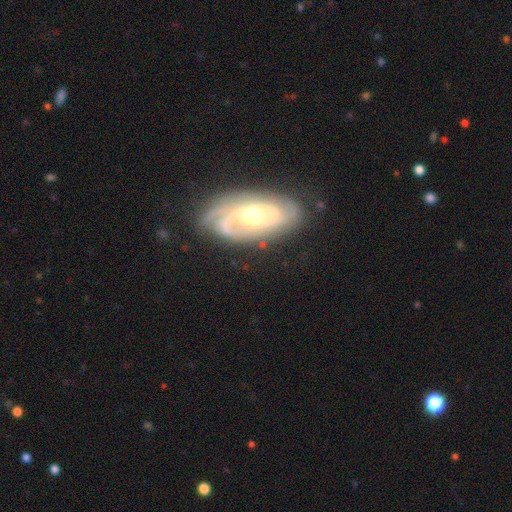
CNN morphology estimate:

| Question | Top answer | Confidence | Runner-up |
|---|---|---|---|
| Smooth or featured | featured or disk | 80% | smooth (13%) |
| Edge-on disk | no | 92% | yes (8%) |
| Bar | no | 59% | weak (29%) |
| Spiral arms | yes | 90% | no (10%) |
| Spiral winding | tight | 66% | medium (26%) |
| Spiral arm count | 2 | 43% | can't tell (33%) |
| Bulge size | moderate | 64% | small (25%) |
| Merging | none | 77% | minor disturbance (16%) |